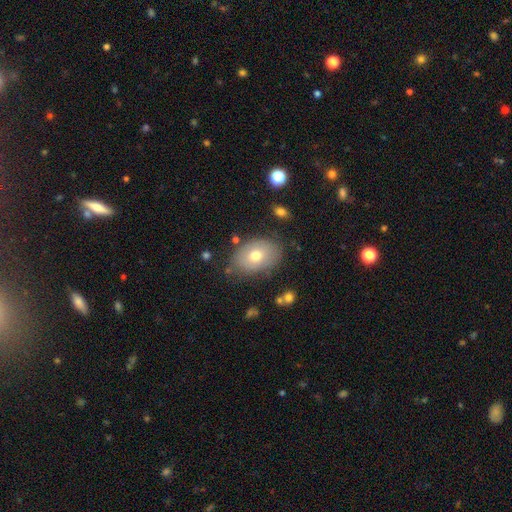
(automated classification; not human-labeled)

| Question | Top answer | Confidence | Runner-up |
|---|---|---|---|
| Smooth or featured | smooth | 68% | featured or disk (23%) |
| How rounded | in between | 82% | round (17%) |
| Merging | none | 76% | minor disturbance (16%) |